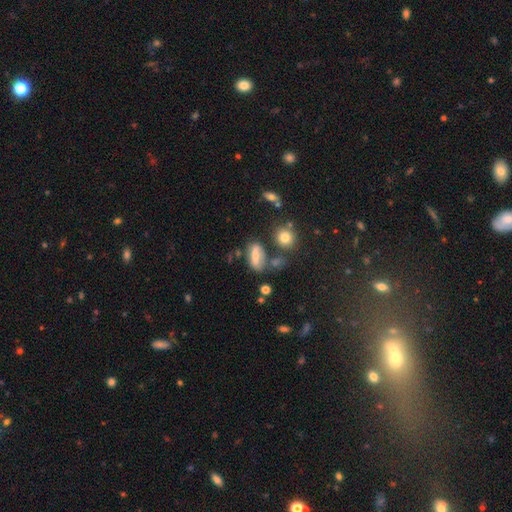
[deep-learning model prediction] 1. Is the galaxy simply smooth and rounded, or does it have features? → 62% smooth, 26% featured or disk, 12% star or artifact.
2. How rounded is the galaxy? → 71% in between, 21% cigar-shaped, 8% round.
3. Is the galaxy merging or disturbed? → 60% none, 20% minor disturbance, 10% merger, 10% major disturbance.